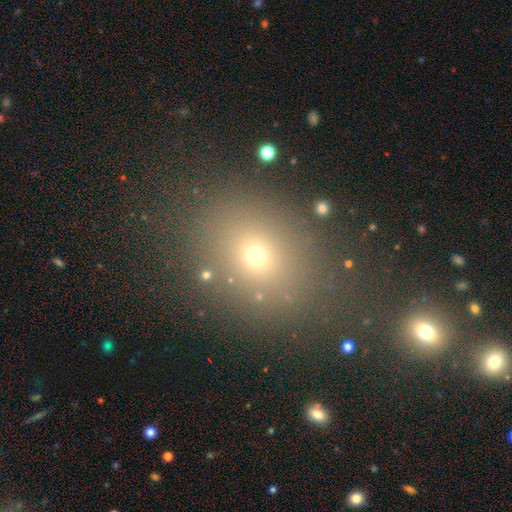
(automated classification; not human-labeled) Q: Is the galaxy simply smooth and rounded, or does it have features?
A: smooth — 64%.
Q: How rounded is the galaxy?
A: round — 56%.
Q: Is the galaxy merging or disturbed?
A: none — 77%.